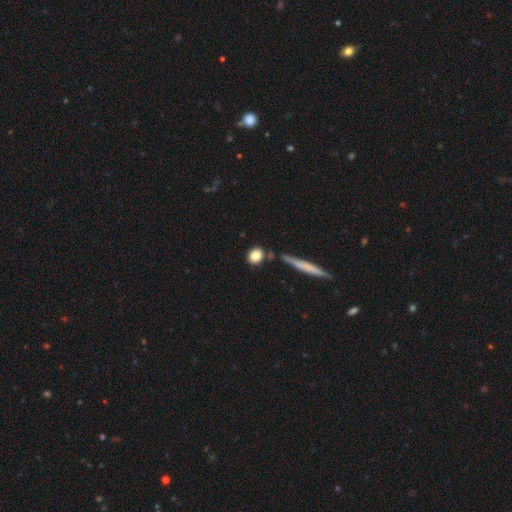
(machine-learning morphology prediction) smooth 85%, star or artifact 8%, featured or disk 7%. Down the decision tree: how rounded — round (59%); merging — none (76%).